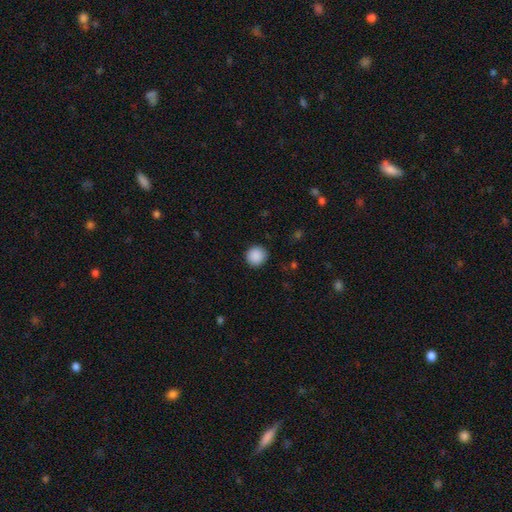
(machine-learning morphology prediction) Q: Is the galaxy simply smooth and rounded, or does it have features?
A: smooth — 90%.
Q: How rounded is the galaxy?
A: round — 93%.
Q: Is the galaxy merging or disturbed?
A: none — 91%.